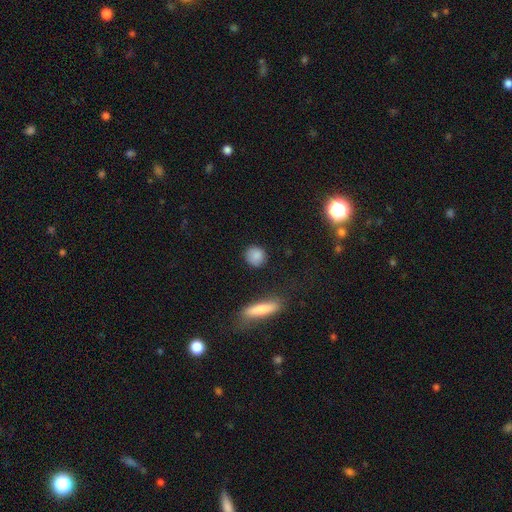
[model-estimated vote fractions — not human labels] Smooth or featured? smooth (87%)
How rounded? round (82%)
Merging? none (86%)